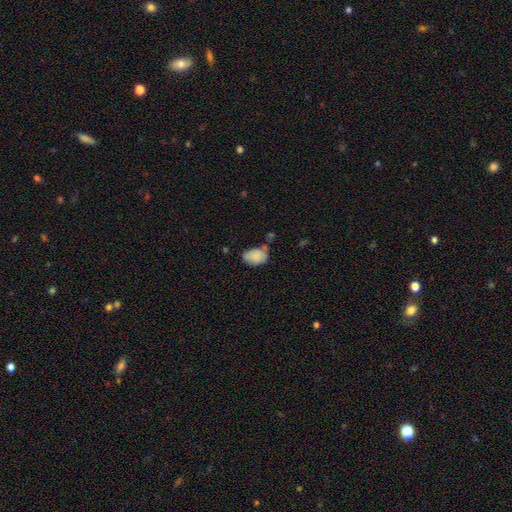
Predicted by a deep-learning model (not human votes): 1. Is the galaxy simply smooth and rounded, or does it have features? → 81% smooth, 11% featured or disk, 8% star or artifact.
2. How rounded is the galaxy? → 80% in between, 19% round, 1% cigar-shaped.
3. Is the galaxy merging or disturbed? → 40% none, 35% minor disturbance, 13% merger, 12% major disturbance.